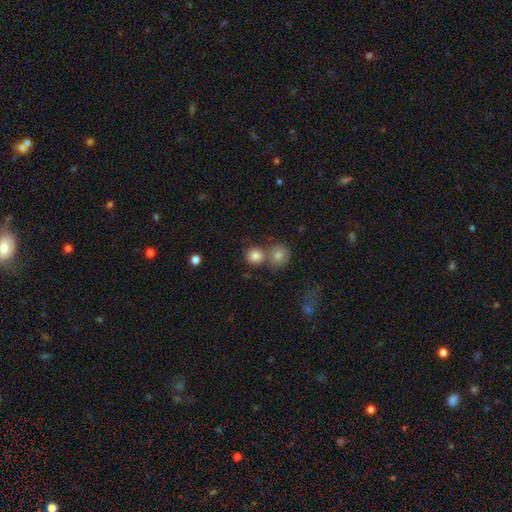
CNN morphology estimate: smooth-or-featured: smooth: 83% | star or artifact: 10% | featured or disk: 7%
  how-rounded: round: 88% | in between: 11% | cigar-shaped: 1%
  merging: none: 55% | merger: 35% | minor disturbance: 7% | major disturbance: 3%